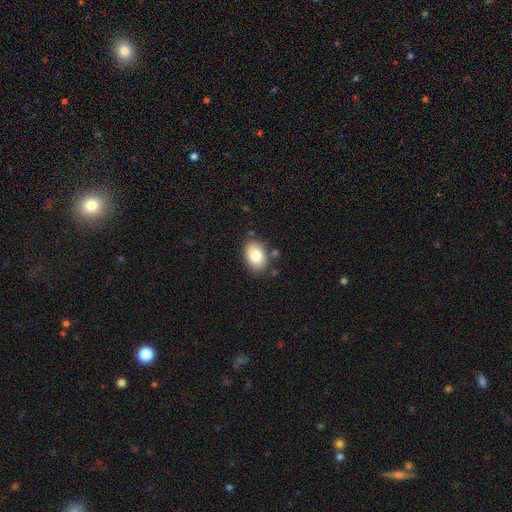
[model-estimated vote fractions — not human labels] smooth-or-featured: smooth: 82% | featured or disk: 11% | star or artifact: 7%
  how-rounded: in between: 86% | round: 13% | cigar-shaped: 1%
  merging: none: 79% | minor disturbance: 14% | merger: 4% | major disturbance: 3%